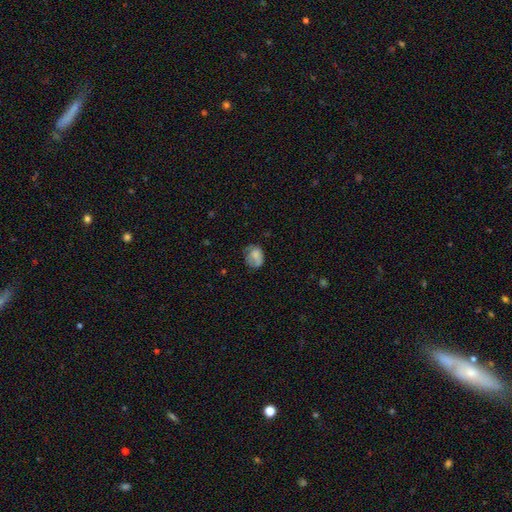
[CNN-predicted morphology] Overall: smooth (69%). How rounded: round (51%; in between 48%). Merging: none (46%; minor disturbance 32%).